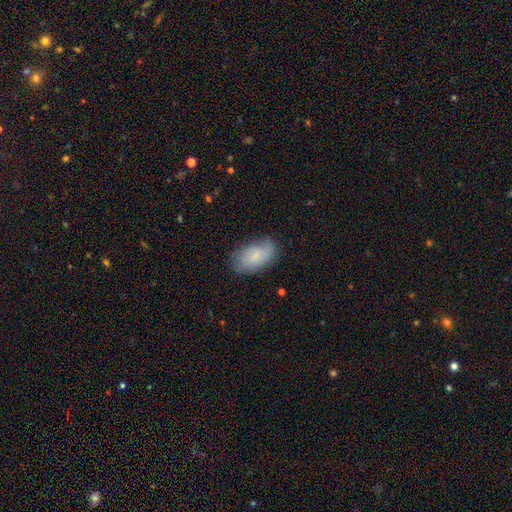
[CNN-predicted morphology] A smooth galaxy with no disk features (62%) that is in between round and cigar-shaped (93%). Merging: none (71%).